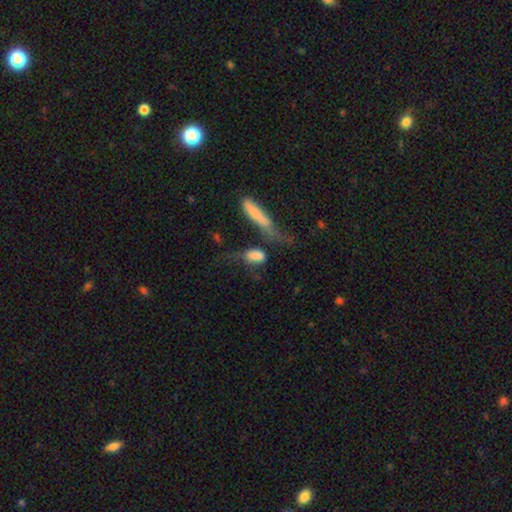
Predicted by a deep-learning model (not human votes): Overall: smooth (71%). How rounded: in between (76%). Merging: merger (29%; none 27%).